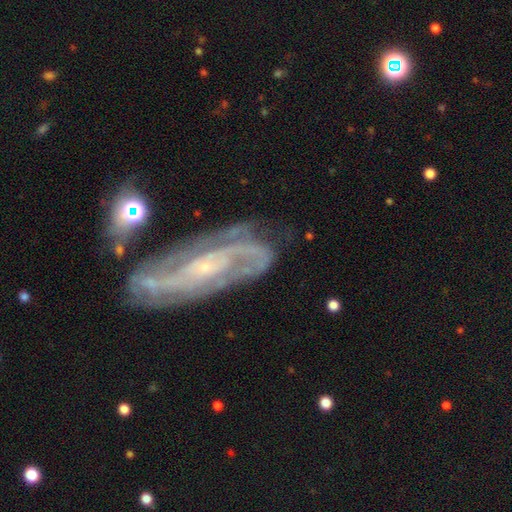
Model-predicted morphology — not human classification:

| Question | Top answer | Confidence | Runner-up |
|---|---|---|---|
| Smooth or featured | featured or disk | 86% | smooth (8%) |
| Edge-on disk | no | 93% | yes (7%) |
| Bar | no | 56% | weak (28%) |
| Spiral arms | yes | 94% | no (6%) |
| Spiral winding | medium | 45% | tight (39%) |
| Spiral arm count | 2 | 68% | can't tell (14%) |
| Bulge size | small | 81% | moderate (12%) |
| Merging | none | 57% | minor disturbance (21%) |